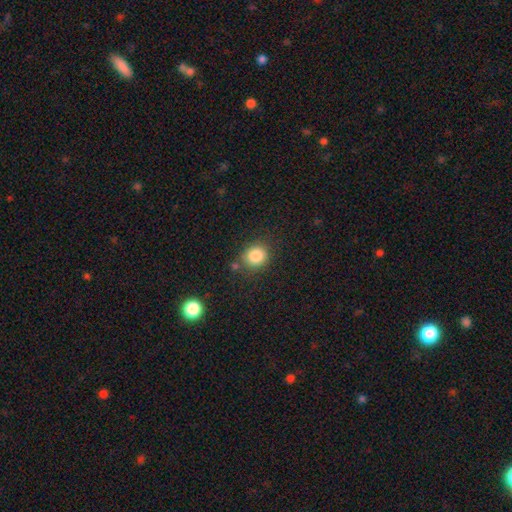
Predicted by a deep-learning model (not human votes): A smooth galaxy with no disk features (84%) that is round (78%).

Vote fractions:
- Smooth or featured? smooth: 84% / star or artifact: 10% / featured or disk: 5%
- How rounded? round: 78% / in between: 22% / cigar-shaped: 1%
- Merging? none: 77% / minor disturbance: 13% / merger: 6% / major disturbance: 4%